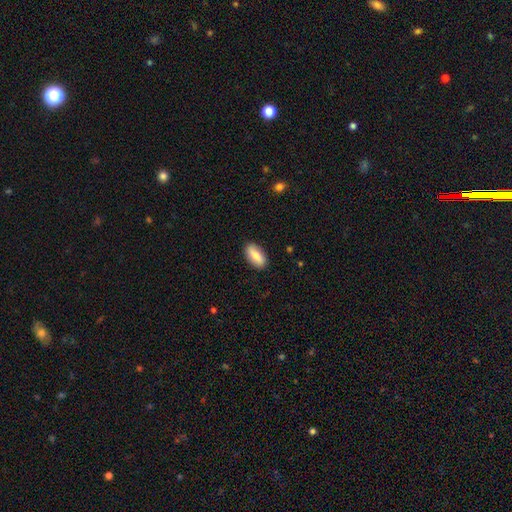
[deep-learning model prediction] A smooth galaxy with no disk features (79%) that is in between round and cigar-shaped (86%).

Vote fractions:
- Smooth or featured? smooth: 79% / featured or disk: 15% / star or artifact: 6%
- How rounded? in between: 86% / cigar-shaped: 11% / round: 3%
- Merging? none: 88% / minor disturbance: 9% / major disturbance: 2% / merger: 1%